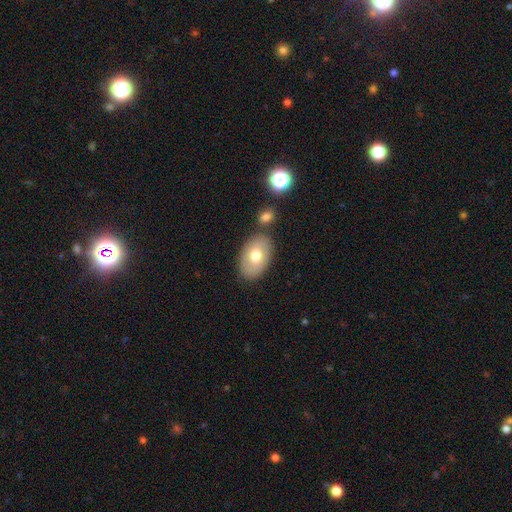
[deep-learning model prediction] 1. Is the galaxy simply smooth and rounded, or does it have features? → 71% smooth, 23% featured or disk, 7% star or artifact.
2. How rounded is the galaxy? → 89% in between, 10% round, 1% cigar-shaped.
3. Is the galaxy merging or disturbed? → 74% none, 12% minor disturbance, 10% merger, 3% major disturbance.